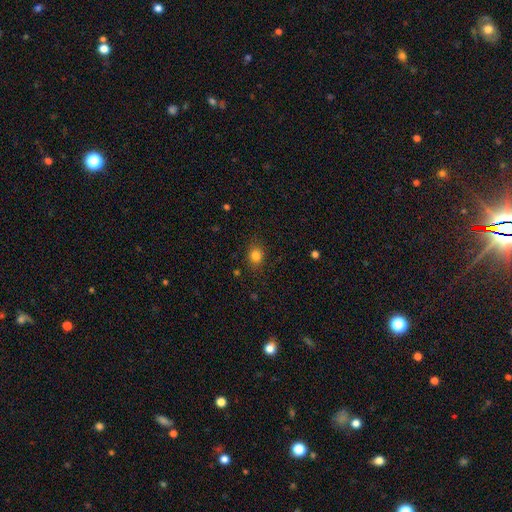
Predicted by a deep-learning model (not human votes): smooth_or_featured: smooth (p=0.82) [alt: star or artifact p=0.12]
how_rounded: round (p=0.60) [alt: in between p=0.39]
merging: none (p=0.84) [alt: minor disturbance p=0.12]